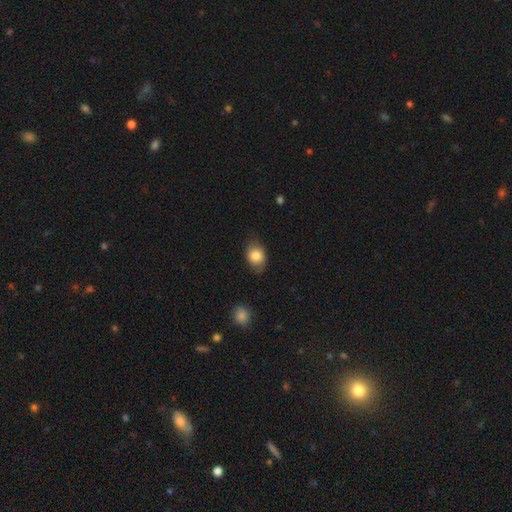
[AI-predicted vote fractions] Smooth or featured: smooth — 83% (featured or disk — 10%)
How rounded: in between — 67% (round — 31%)
Merging: none — 72% (minor disturbance — 21%)